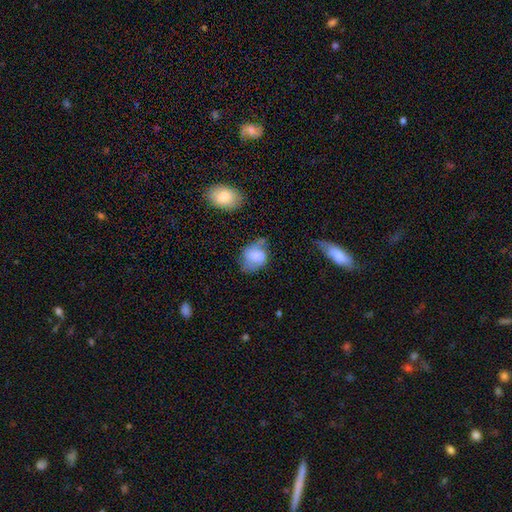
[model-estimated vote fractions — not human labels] smooth 60%, featured or disk 32%, star or artifact 9%. Down the decision tree: how rounded — in between (70%); merging — none (42%).